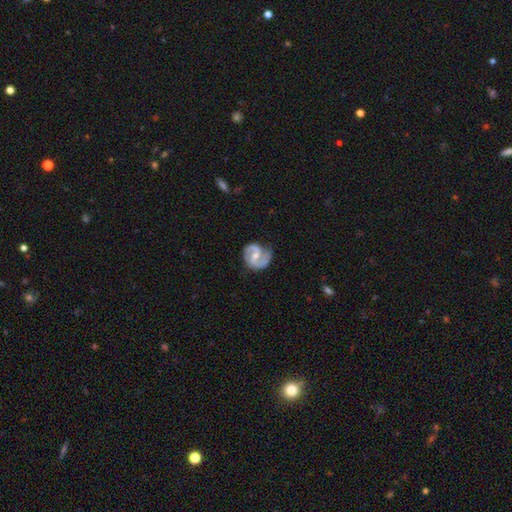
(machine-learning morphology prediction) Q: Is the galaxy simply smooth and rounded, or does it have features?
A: featured or disk — 87%.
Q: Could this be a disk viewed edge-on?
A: no — 98%.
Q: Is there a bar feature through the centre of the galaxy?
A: weak — 49%.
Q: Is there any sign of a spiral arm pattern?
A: yes — 96%.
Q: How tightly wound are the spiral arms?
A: medium — 54%.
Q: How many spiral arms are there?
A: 2 — 90%.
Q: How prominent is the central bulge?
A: moderate — 52%.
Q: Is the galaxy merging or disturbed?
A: none — 71%.